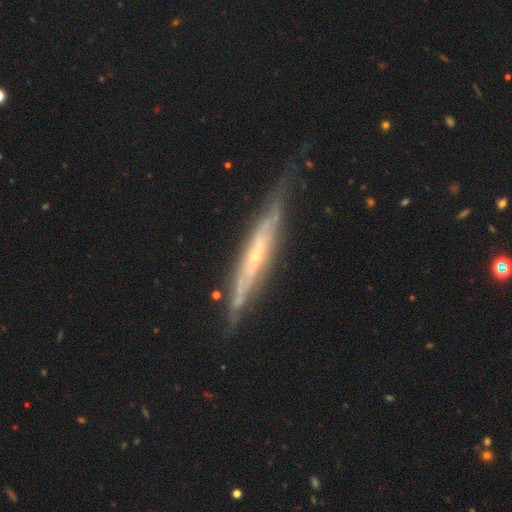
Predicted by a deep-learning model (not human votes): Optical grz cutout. It shows a featured or disk galaxy (78%) viewed edge-on (82%) with no central bulge (56%). Merging: none (70%).